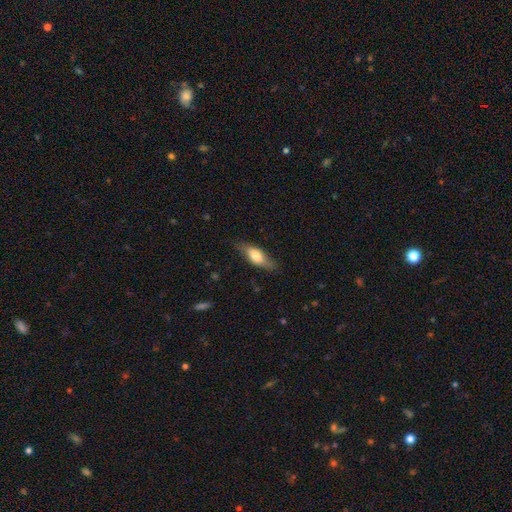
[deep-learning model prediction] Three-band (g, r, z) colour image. It shows a smooth galaxy with no disk features (70%) that is in between round and cigar-shaped (67%). Merging: none (77%).